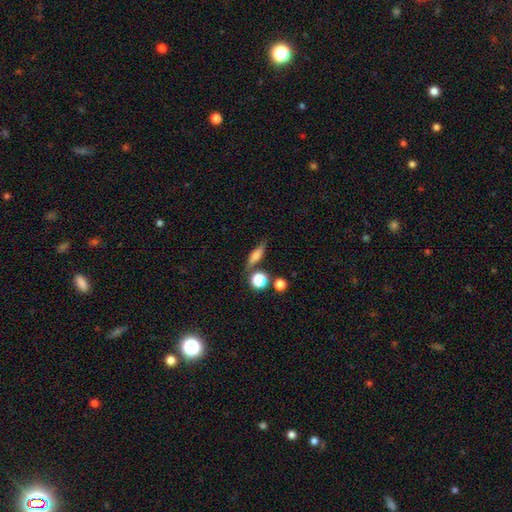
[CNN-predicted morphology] smooth_or_featured: smooth (p=0.61) [alt: featured or disk p=0.29]
how_rounded: cigar-shaped (p=0.50) [alt: in between p=0.37]
merging: none (p=0.72) [alt: minor disturbance p=0.14]